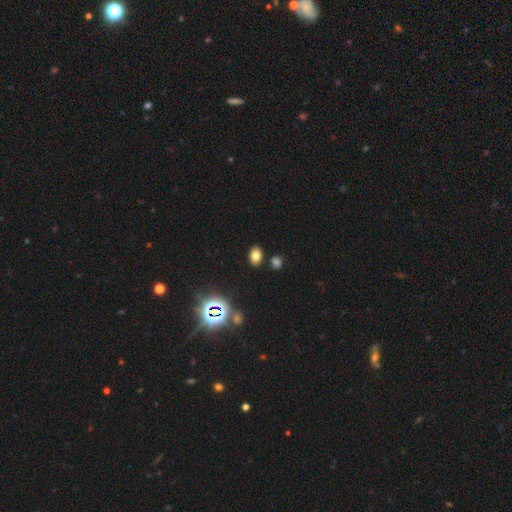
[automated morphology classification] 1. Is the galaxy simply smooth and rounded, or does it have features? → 74% smooth, 17% star or artifact, 9% featured or disk.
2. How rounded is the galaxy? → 80% in between, 19% round, 1% cigar-shaped.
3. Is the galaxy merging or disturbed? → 83% none, 9% minor disturbance, 5% merger, 3% major disturbance.